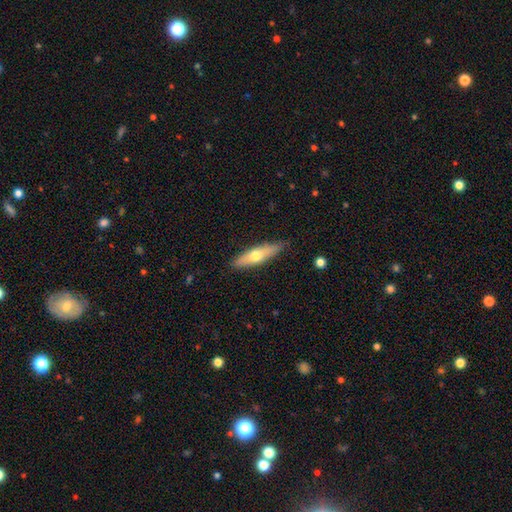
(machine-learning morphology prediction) This is possibly a smooth galaxy (53%). How rounded: likely cigar-shaped (66%). Merging: clearly none (85%).